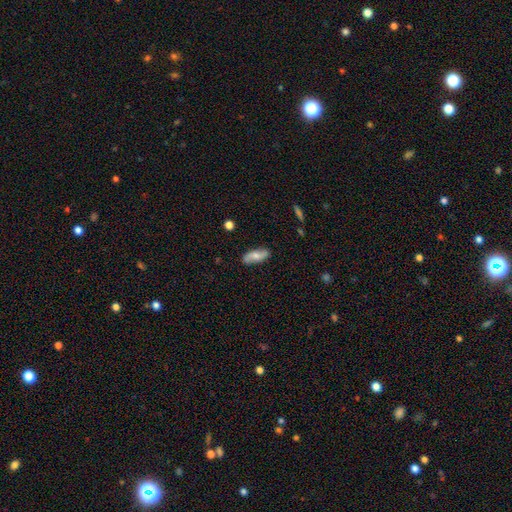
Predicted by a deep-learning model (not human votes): This appears to be a smooth galaxy with no disk features (57%) that is in between round and cigar-shaped (74%). Merging: none (83%).